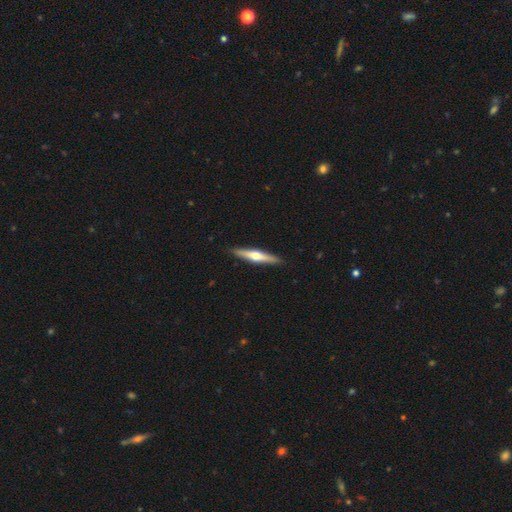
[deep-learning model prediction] A featured or disk galaxy (62%) viewed edge-on (96%) with a rounded central bulge (93%).

Vote fractions:
- Smooth or featured? featured or disk: 62% / smooth: 34% / star or artifact: 5%
- Edge-on disk? yes: 96% / no: 4%
- Edge-on bulge? rounded: 93% / none: 4% / boxy: 3%
- Merging? none: 91% / minor disturbance: 7% / major disturbance: 1% / merger: 1%